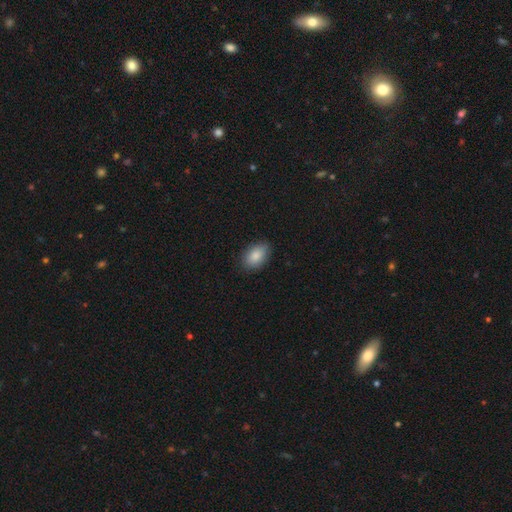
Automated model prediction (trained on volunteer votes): Smooth or featured: smooth — 87% (star or artifact — 7%)
How rounded: in between — 89% (round — 10%)
Merging: none — 86% (minor disturbance — 11%)